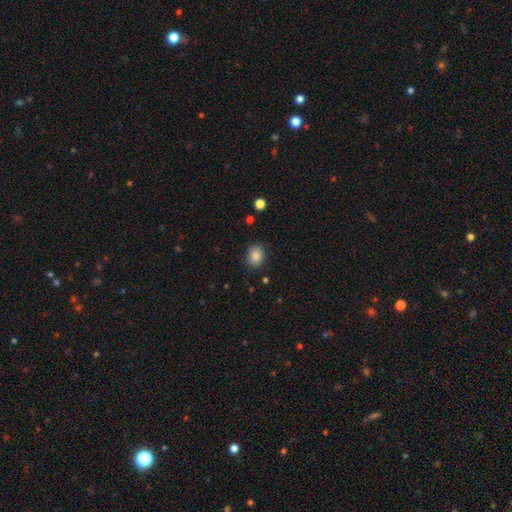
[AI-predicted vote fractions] The model was most divided on "how rounded": round: 50%, in between: 49%, cigar-shaped: 1%. More confident: smooth or featured — smooth (87%); merging — none (85%).